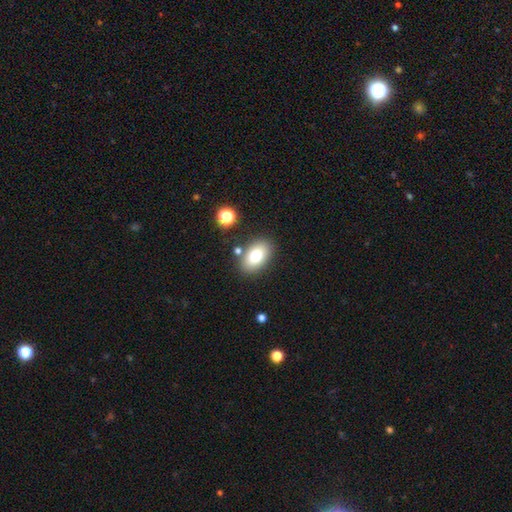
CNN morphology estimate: The model was most divided on "smooth or featured": smooth: 77%, featured or disk: 14%, star or artifact: 9%. More confident: how rounded — in between (89%); merging — none (81%).